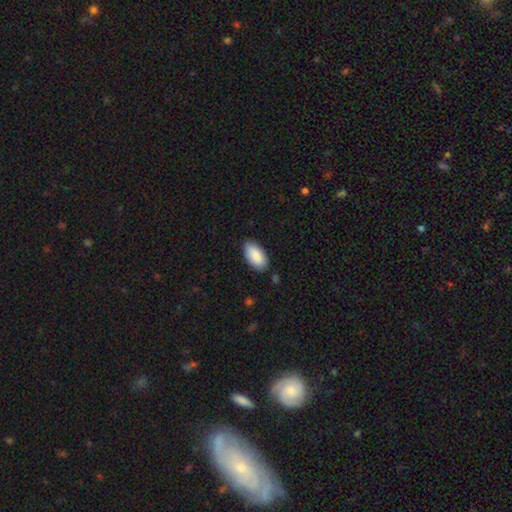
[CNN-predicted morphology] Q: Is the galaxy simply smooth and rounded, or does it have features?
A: smooth — 87%.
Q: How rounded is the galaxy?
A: in between — 95%.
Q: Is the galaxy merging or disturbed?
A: none — 82%.